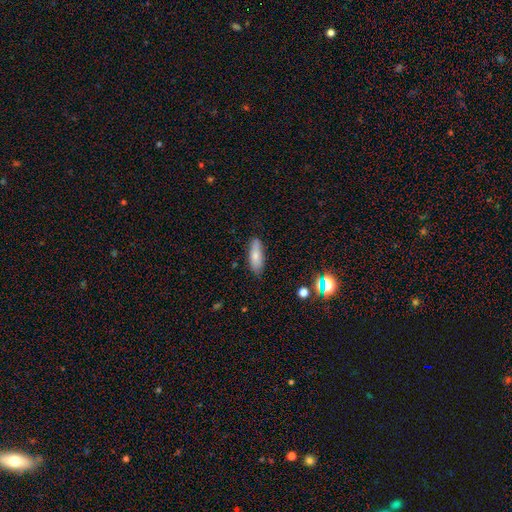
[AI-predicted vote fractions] Smooth or featured: smooth — 75% (featured or disk — 18%)
How rounded: in between — 60% (cigar-shaped — 38%)
Merging: none — 81% (minor disturbance — 15%)